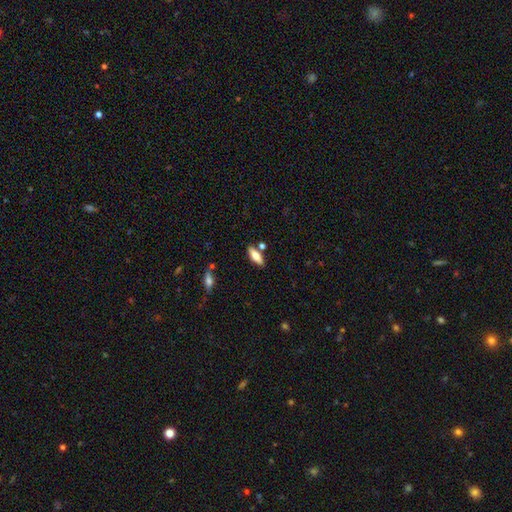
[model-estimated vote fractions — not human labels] A smooth galaxy with no disk features (67%) that is in between round and cigar-shaped (59%).

Vote fractions:
- Smooth or featured? smooth: 67% / featured or disk: 26% / star or artifact: 7%
- How rounded? in between: 59% / cigar-shaped: 39% / round: 2%
- Merging? none: 78% / minor disturbance: 11% / merger: 8% / major disturbance: 3%